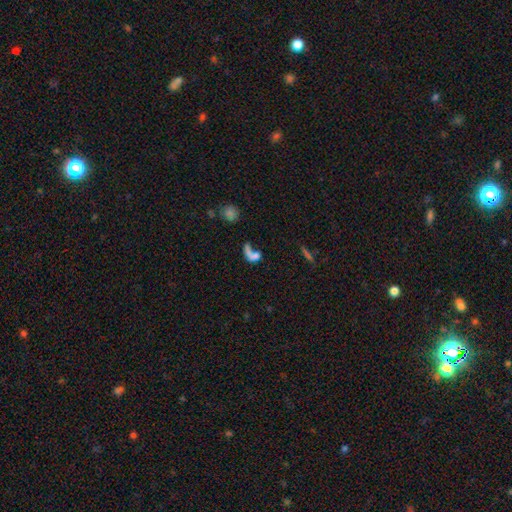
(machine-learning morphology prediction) This appears to be a smooth galaxy with no disk features (52%) that is in between round and cigar-shaped (56%). Merging: merger (39%).